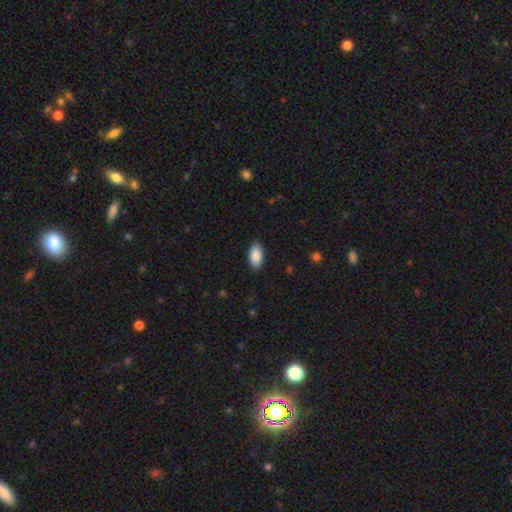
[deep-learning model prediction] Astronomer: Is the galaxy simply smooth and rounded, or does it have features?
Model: smooth — 88%.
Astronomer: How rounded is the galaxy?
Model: in between — 93%.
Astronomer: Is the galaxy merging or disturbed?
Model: none — 87%.